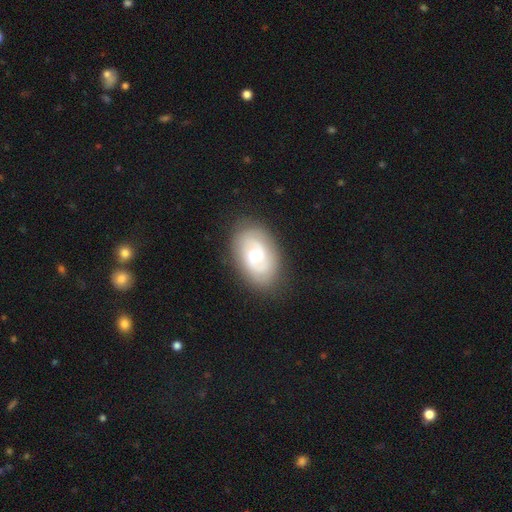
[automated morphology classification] Q: Smooth or featured?
A: featured or disk (69%); runner-up: smooth (25%)
Q: Edge-on disk?
A: no (95%); runner-up: yes (5%)
Q: Bar?
A: no (55%); runner-up: weak (35%)
Q: Spiral arms?
A: yes (72%); runner-up: no (28%)
Q: Bulge size?
A: moderate (74%); runner-up: large (12%)
Q: Merging?
A: none (84%); runner-up: minor disturbance (11%)